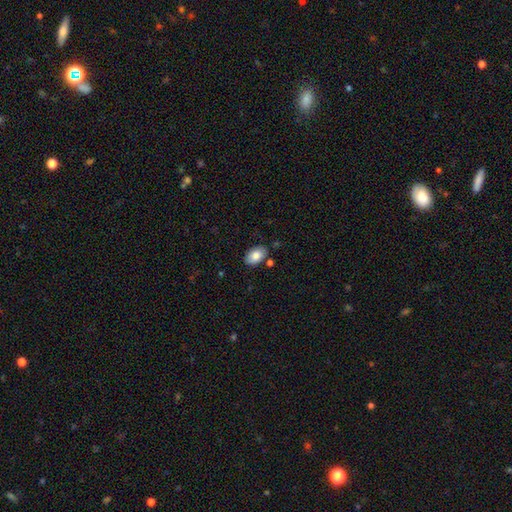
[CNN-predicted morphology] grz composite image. It shows a smooth galaxy with no disk features (82%) that is in between round and cigar-shaped (91%). Merging: none (81%).